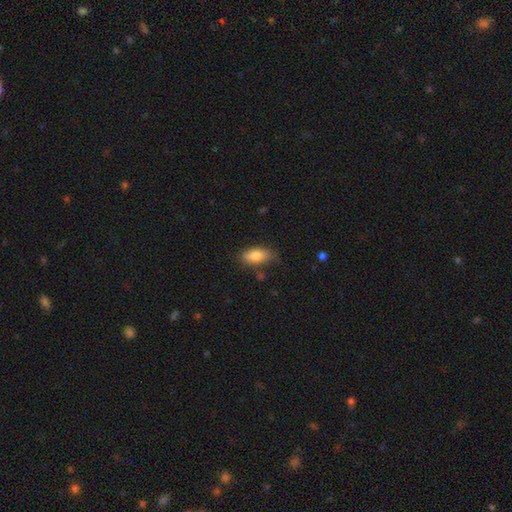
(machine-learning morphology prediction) Smooth or featured? smooth (83%)
How rounded? in between (86%)
Merging? none (73%)